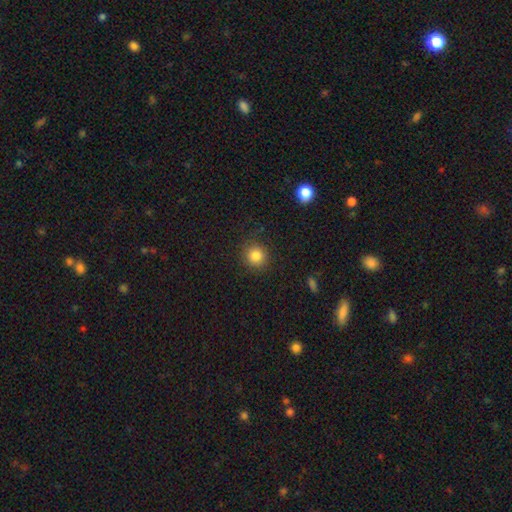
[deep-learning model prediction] Smooth or featured?
  - smooth: 84% *
  - star or artifact: 11%
  - featured or disk: 5%
How rounded?
  - round: 91% *
  - in between: 8%
  - cigar-shaped: 1%
Merging?
  - none: 87% *
  - minor disturbance: 8%
  - major disturbance: 3%
  - merger: 1%